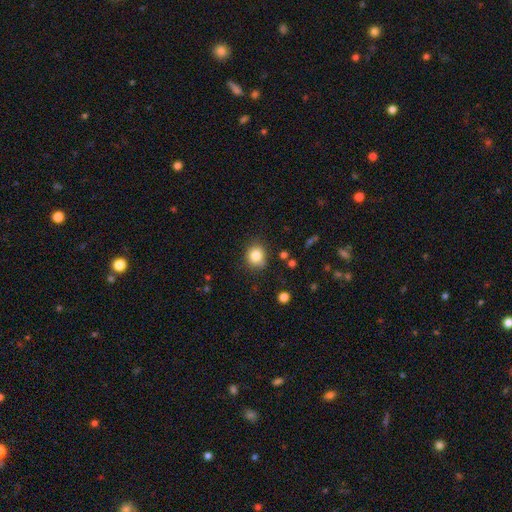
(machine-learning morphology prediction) Overall: smooth (83%). How rounded: round (77%). Merging: none (81%).